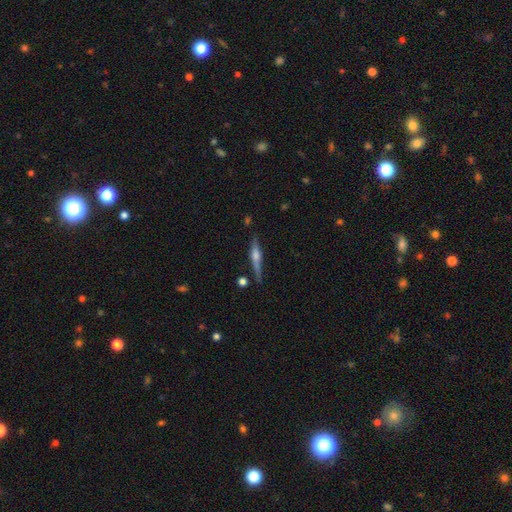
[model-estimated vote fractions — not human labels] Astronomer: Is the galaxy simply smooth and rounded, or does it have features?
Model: featured or disk — 71%.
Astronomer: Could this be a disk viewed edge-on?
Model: yes — 97%.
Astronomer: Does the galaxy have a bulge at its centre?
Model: rounded — 80%.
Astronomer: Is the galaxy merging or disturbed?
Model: none — 81%.